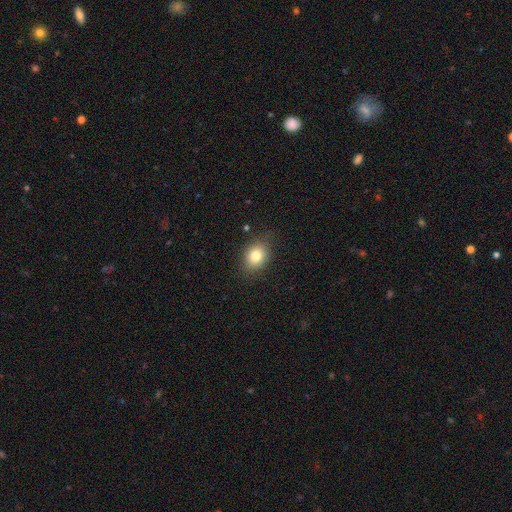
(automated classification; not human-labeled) This is clearly a smooth galaxy (81%). How rounded: possibly in between (56%). Merging: clearly none (84%).